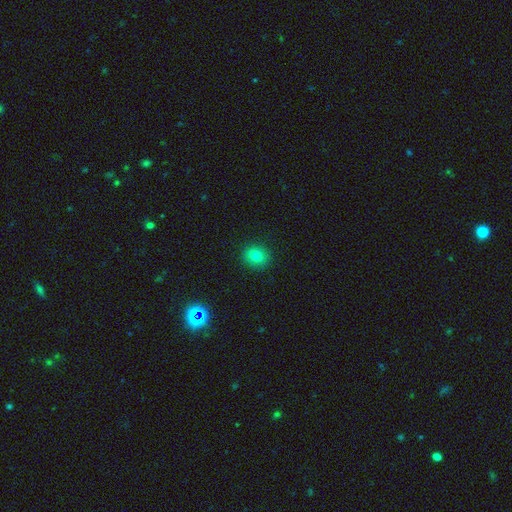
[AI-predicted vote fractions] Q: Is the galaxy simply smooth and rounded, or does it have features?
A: smooth — 80%.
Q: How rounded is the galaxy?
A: round — 69%.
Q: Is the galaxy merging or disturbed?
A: none — 89%.